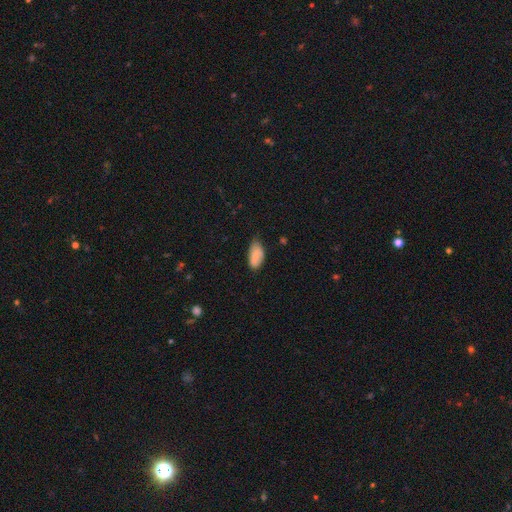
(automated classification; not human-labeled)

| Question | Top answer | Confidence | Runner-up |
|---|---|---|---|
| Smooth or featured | smooth | 82% | featured or disk (11%) |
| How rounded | in between | 94% | cigar-shaped (4%) |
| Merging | none | 54% | minor disturbance (37%) |